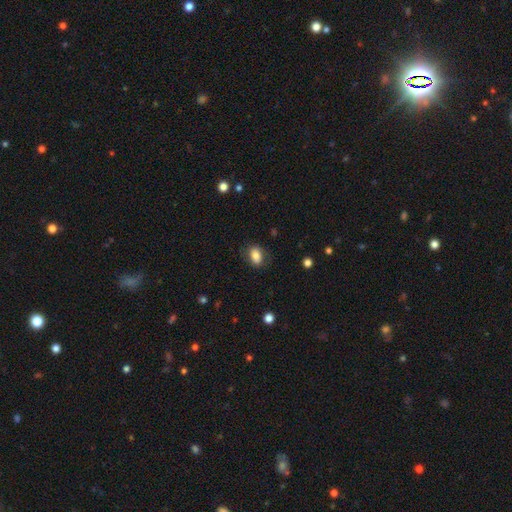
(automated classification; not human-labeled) Morphology: type=smooth (83%); roundness=in between (82%); merging=none (79%).